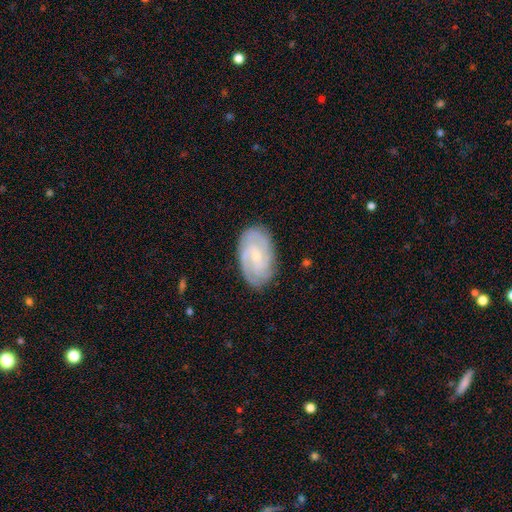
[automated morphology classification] A featured or disk galaxy (83%) with no bar (57%), 2 (27%) tight (69%) spiral arms (97%) and a small central bulge (76%).

Vote fractions:
- Smooth or featured? featured or disk: 83% / smooth: 11% / star or artifact: 6%
- Edge-on disk? no: 96% / yes: 4%
- Bar? no: 57% / weak: 36% / strong: 7%
- Spiral arms? yes: 97% / no: 3%
- Spiral winding? tight: 69% / medium: 26% / loose: 5%
- Spiral arm count? 2: 27% / 3: 26% / can't tell: 22% / 4: 14% / more than 4: 5% / 1: 5%
- Bulge size? small: 76% / moderate: 20% / none: 2% / large: 1% / dominant: 1%
- Merging? none: 83% / minor disturbance: 13% / major disturbance: 3% / merger: 1%